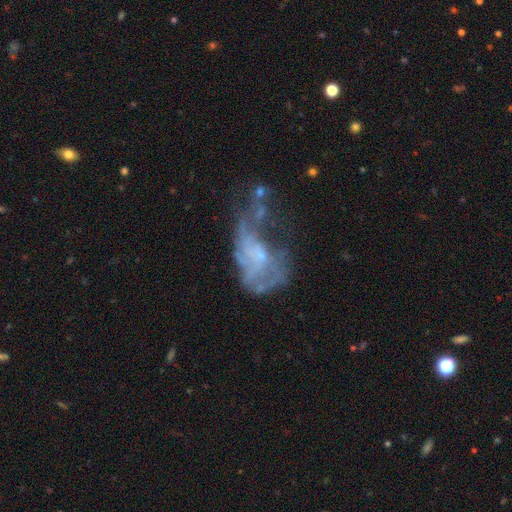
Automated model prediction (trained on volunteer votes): Smooth or featured: featured or disk — 66% (smooth — 21%)
Edge-on disk: no — 97% (yes — 3%)
Bar: no — 83% (weak — 14%)
Spiral arms: no — 62% (yes — 38%)
Bulge size: small — 51% (none — 36%)
Merging: major disturbance — 48% (none — 20%)